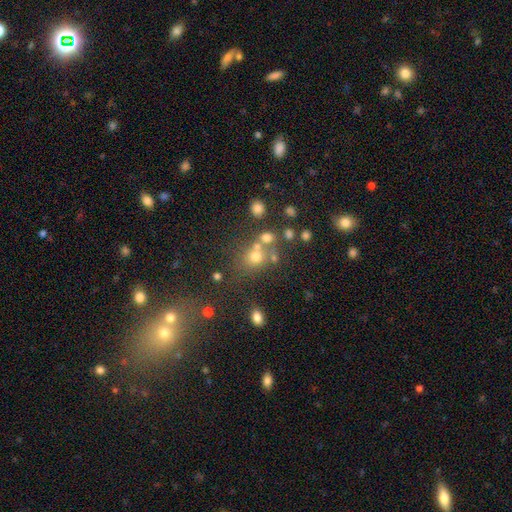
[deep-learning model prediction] smooth-or-featured: smooth: 63% | star or artifact: 23% | featured or disk: 14%
  how-rounded: round: 78% | in between: 21% | cigar-shaped: 1%
  merging: none: 55% | merger: 27% | minor disturbance: 11% | major disturbance: 6%